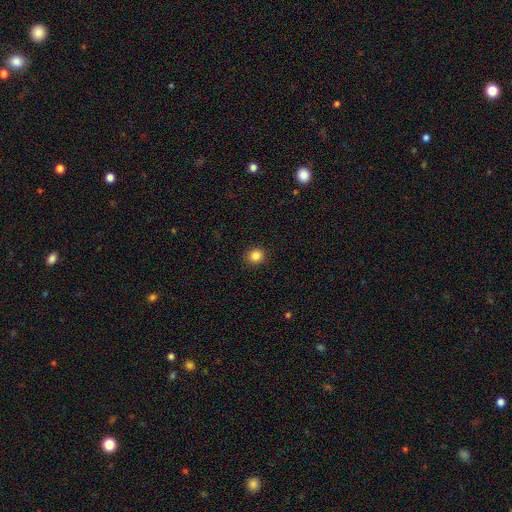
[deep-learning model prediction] Smooth or featured? smooth (85%)
How rounded? round (88%)
Merging? none (91%)